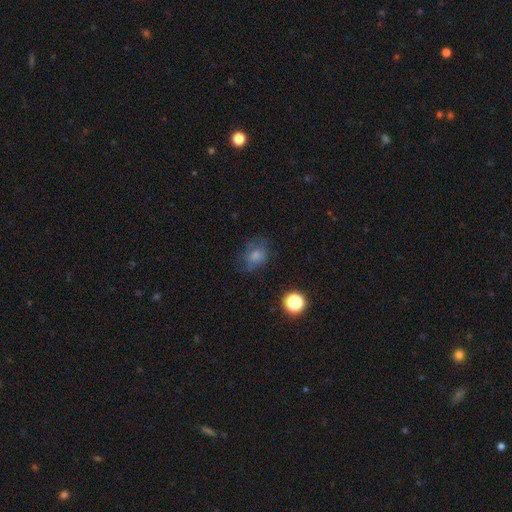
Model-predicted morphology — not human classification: type=smooth (69%); roundness=in between (51%); merging=none (55%).